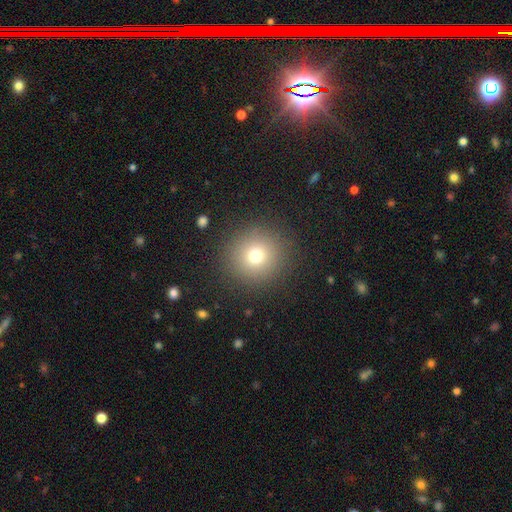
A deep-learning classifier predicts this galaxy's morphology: This appears to be a smooth galaxy with no disk features (73%) that is round (96%). Merging: none (90%).